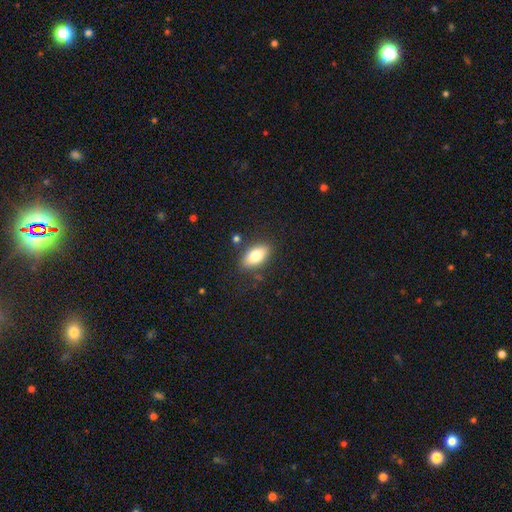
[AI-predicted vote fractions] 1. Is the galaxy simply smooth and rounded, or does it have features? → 77% smooth, 15% featured or disk, 7% star or artifact.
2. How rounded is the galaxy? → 90% in between, 6% round, 5% cigar-shaped.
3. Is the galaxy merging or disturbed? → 81% none, 12% minor disturbance, 4% merger, 3% major disturbance.